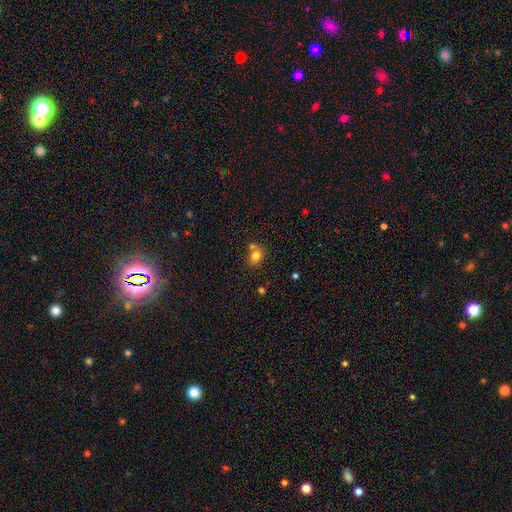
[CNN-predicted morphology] smooth 79%, star or artifact 12%, featured or disk 10%. Down the decision tree: how rounded — round (55%); merging — none (51%).